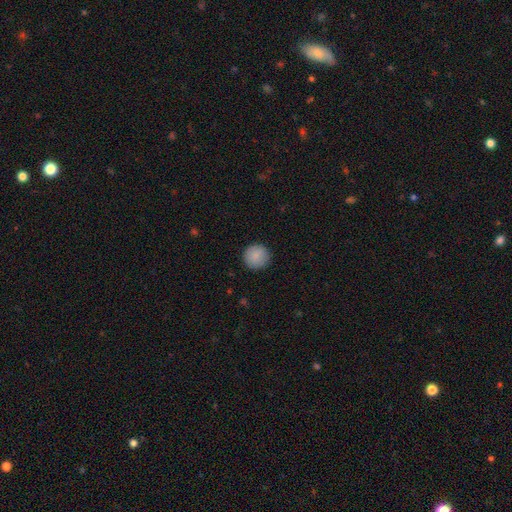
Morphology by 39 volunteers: A smooth galaxy with no disk features (90%) that is round (97%). Merging: none (92%).